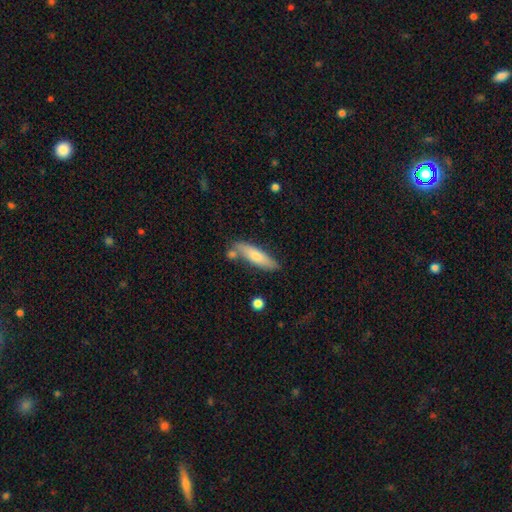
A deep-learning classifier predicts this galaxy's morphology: This appears to be a smooth galaxy with no disk features (68%) that is cigar-shaped (69%). Merging: none (71%).